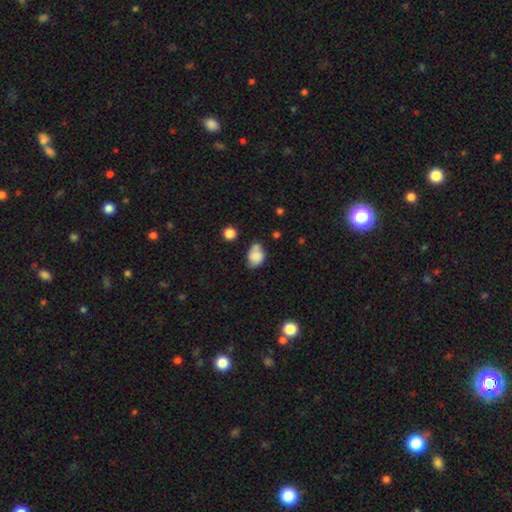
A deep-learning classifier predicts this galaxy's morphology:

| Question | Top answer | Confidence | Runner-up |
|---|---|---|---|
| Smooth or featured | smooth | 76% | featured or disk (14%) |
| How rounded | in between | 64% | round (35%) |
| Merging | none | 39% | minor disturbance (32%) |